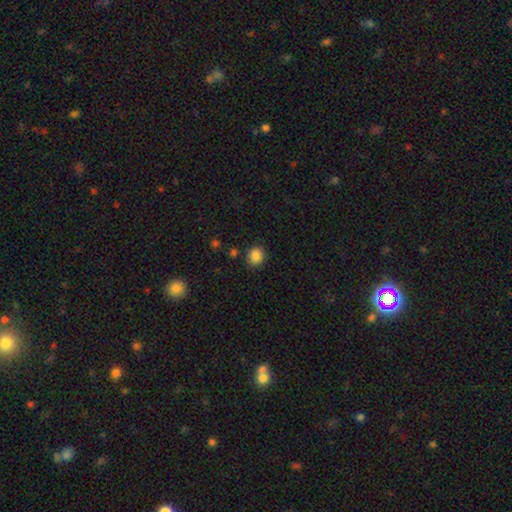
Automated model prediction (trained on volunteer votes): This appears to be a smooth galaxy with no disk features (86%) that is round (82%). Merging: none (86%).